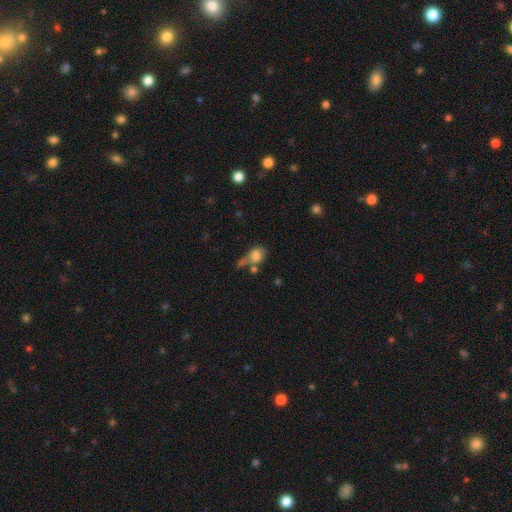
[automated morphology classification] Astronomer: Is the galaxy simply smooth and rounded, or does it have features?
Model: smooth — 73%.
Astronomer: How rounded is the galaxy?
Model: in between — 53% (runner-up: round, 44%).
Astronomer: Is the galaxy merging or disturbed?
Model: none — 30% (runner-up: merger, 29%).